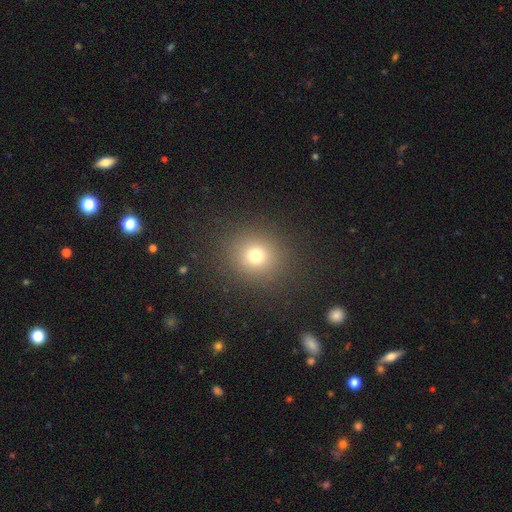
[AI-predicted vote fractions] smooth 73%, star or artifact 18%, featured or disk 9%. Down the decision tree: how rounded — round (86%); merging — none (89%).